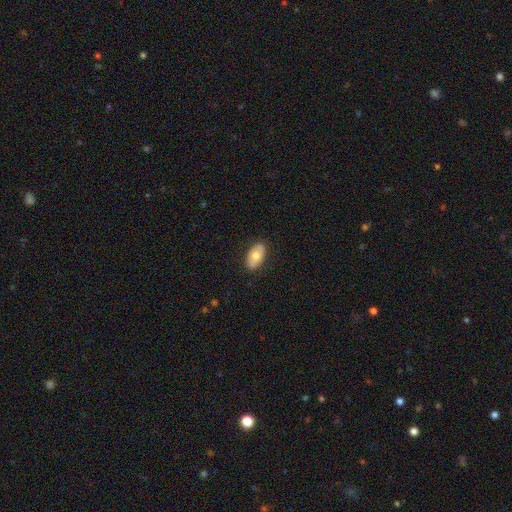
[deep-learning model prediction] This is likely a smooth galaxy (68%). How rounded: clearly in between (93%). Merging: clearly none (85%).